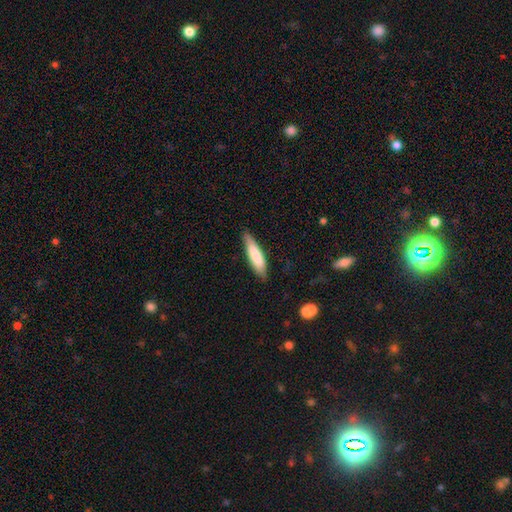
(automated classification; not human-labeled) A smooth galaxy with no disk features (76%) that is cigar-shaped (74%). Merging: none (79%).